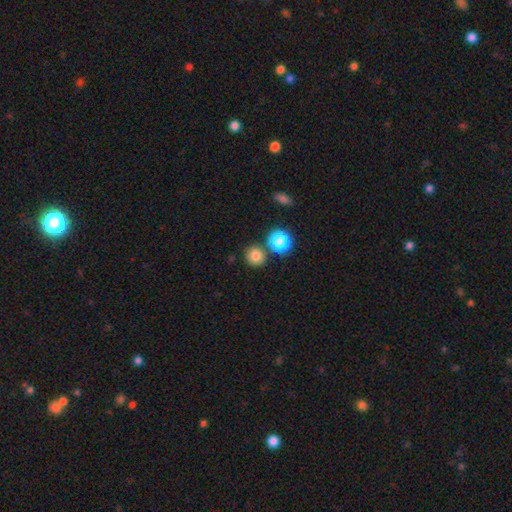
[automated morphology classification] Smooth or featured? smooth (81%)
How rounded? round (91%)
Merging? none (77%)